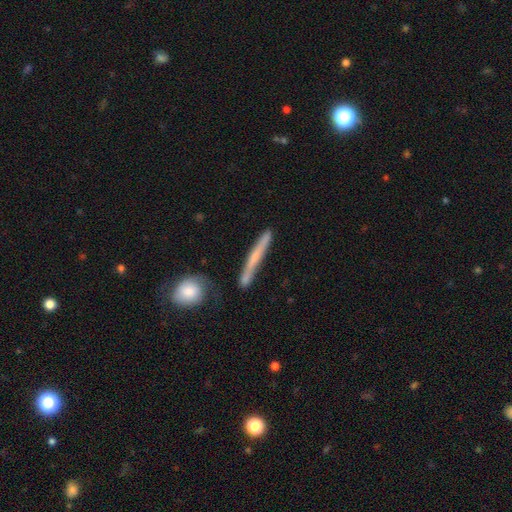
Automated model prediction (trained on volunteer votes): The model was most divided on "smooth or featured": smooth: 50%, featured or disk: 44%, star or artifact: 7%. More confident: merging — none (74%).